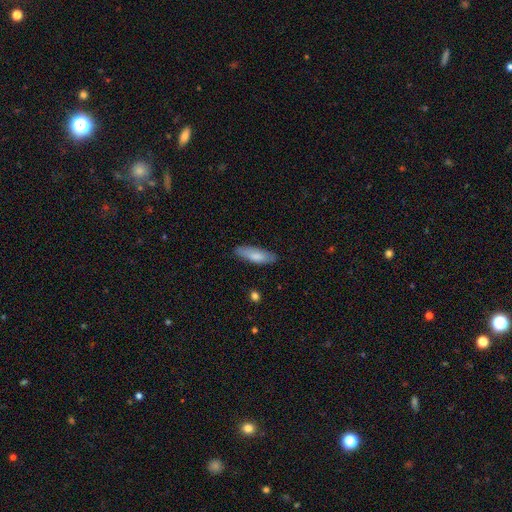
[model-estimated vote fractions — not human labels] Smooth or featured? smooth (81%)
How rounded? cigar-shaped (49%, tied with in between)
Merging? none (84%)